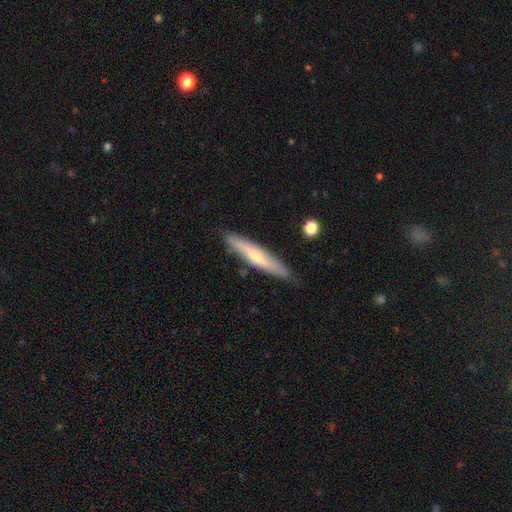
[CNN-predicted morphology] This is possibly a smooth galaxy (50%). How rounded: clearly cigar-shaped (89%). Merging: clearly none (84%).